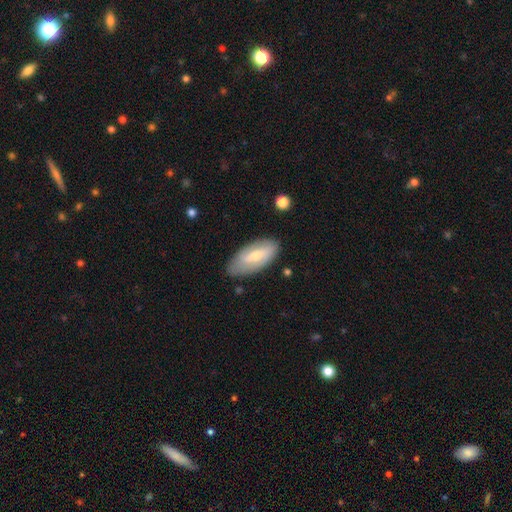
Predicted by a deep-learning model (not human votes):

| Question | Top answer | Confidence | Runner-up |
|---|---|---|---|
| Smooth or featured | smooth | 52% | featured or disk (42%) |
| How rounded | in between | 88% | cigar-shaped (9%) |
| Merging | none | 77% | minor disturbance (18%) |